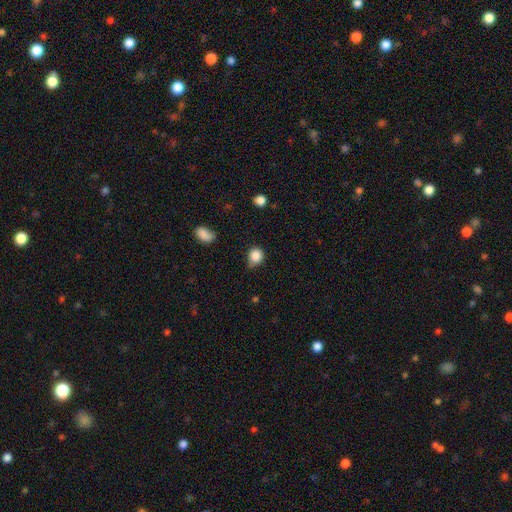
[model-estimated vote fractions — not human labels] This is clearly a smooth galaxy (86%). How rounded: likely round (78%). Merging: possibly none (59%).